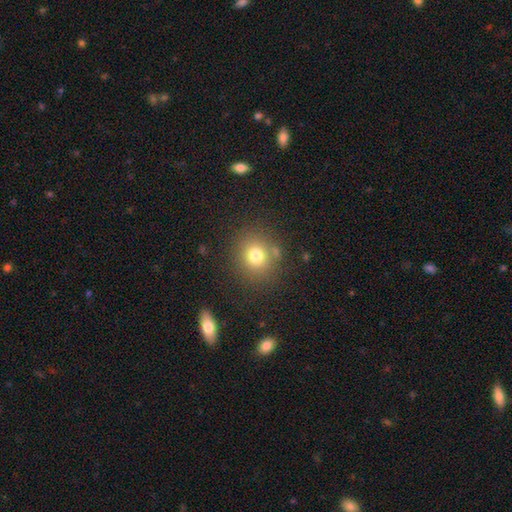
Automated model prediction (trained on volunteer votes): smooth 76%, star or artifact 14%, featured or disk 10%. Down the decision tree: how rounded — round (83%); merging — none (81%).